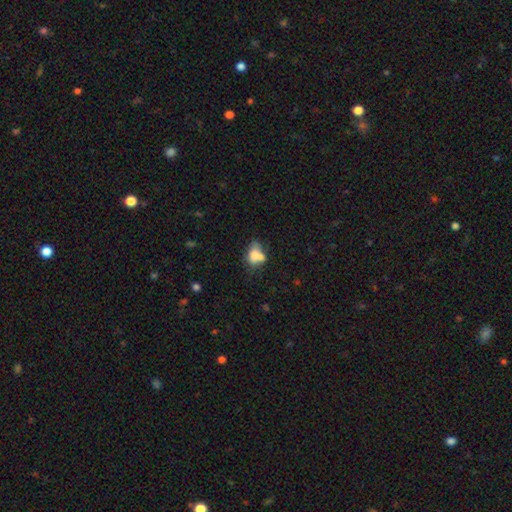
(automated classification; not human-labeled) The model was most divided on "merging": merger: 42%, none: 27%, minor disturbance: 19%, major disturbance: 13%. More confident: how rounded — in between (72%); smooth or featured — smooth (68%).